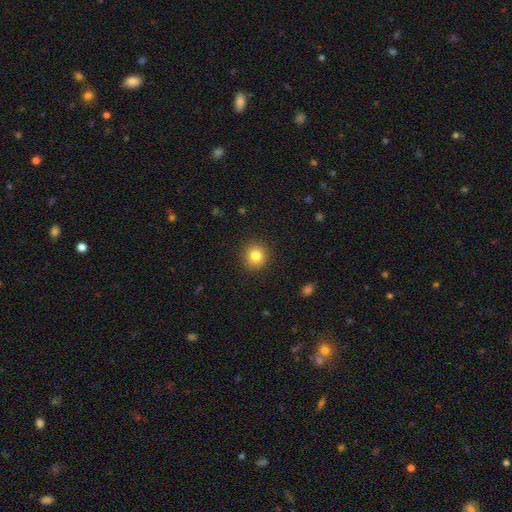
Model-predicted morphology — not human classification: A smooth galaxy with no disk features (82%) that is round (91%).

Vote fractions:
- Smooth or featured? smooth: 82% / star or artifact: 11% / featured or disk: 7%
- How rounded? round: 91% / in between: 8% / cigar-shaped: 1%
- Merging? none: 91% / minor disturbance: 6% / major disturbance: 2% / merger: 1%